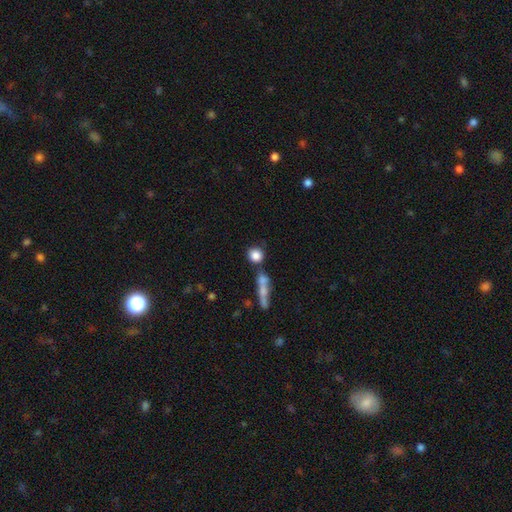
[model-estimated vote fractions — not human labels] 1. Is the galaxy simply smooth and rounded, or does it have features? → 82% smooth, 10% star or artifact, 8% featured or disk.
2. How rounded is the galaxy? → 83% round, 13% in between, 4% cigar-shaped.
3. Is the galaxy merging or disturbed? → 63% none, 20% merger, 12% minor disturbance, 5% major disturbance.